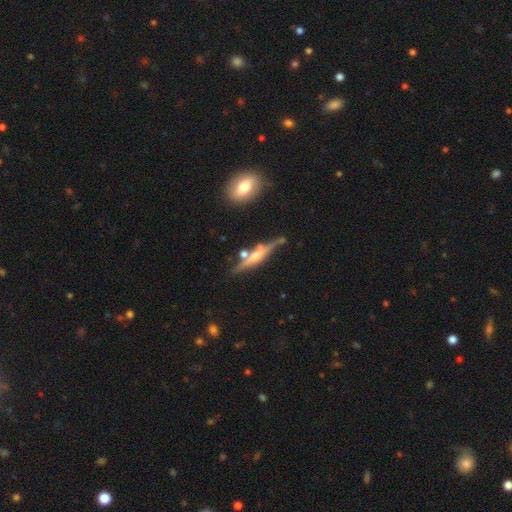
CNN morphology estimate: type=featured or disk (72%); edge-on=yes (95%); edge-on bulge=rounded (78%); merging=none (74%).